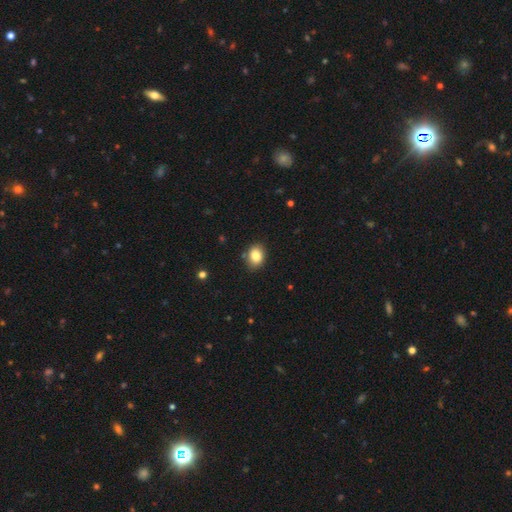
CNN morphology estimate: The model was most divided on "how rounded": in between: 61%, round: 38%, cigar-shaped: 1%. More confident: smooth or featured — smooth (84%); merging — none (84%).